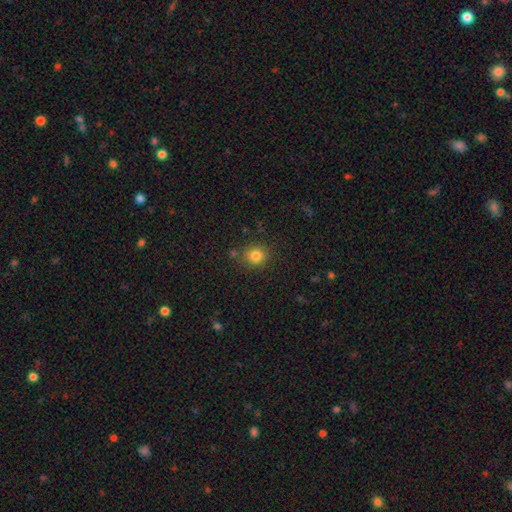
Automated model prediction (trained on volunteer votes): Smooth or featured?
  - smooth: 81% *
  - star or artifact: 13%
  - featured or disk: 6%
How rounded?
  - round: 83% *
  - in between: 16%
  - cigar-shaped: 1%
Merging?
  - none: 82% *
  - minor disturbance: 10%
  - merger: 5%
  - major disturbance: 3%